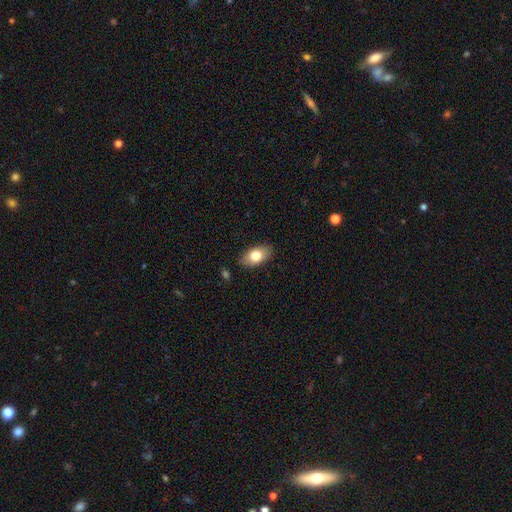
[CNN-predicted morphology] Smooth or featured? Predicted: smooth (p=0.77). How rounded? Predicted: in between (p=0.91). Merging? Predicted: none (p=0.85).